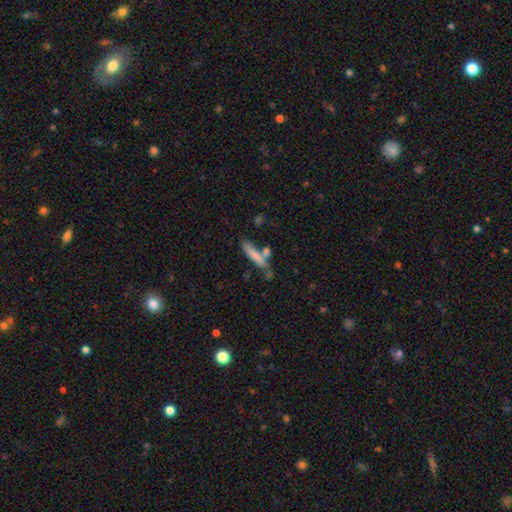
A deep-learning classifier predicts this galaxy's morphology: smooth 72%, featured or disk 21%, star or artifact 7%. Down the decision tree: how rounded — cigar-shaped (84%); merging — none (57%).